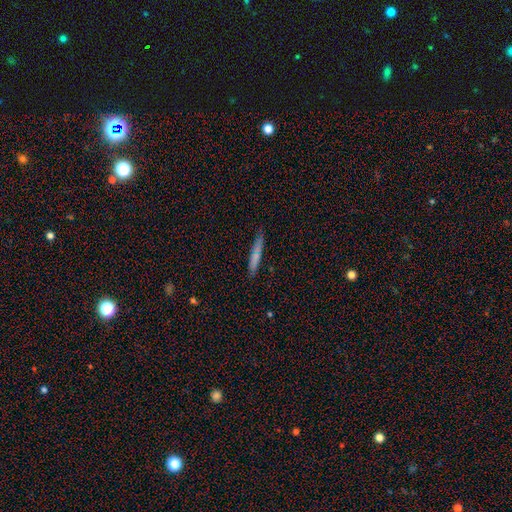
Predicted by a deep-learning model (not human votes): A smooth galaxy with no disk features (65%) that is cigar-shaped (93%).

Vote fractions:
- Smooth or featured? smooth: 65% / featured or disk: 27% / star or artifact: 8%
- How rounded? cigar-shaped: 93% / in between: 5% / round: 2%
- Merging? none: 84% / minor disturbance: 12% / major disturbance: 2% / merger: 2%